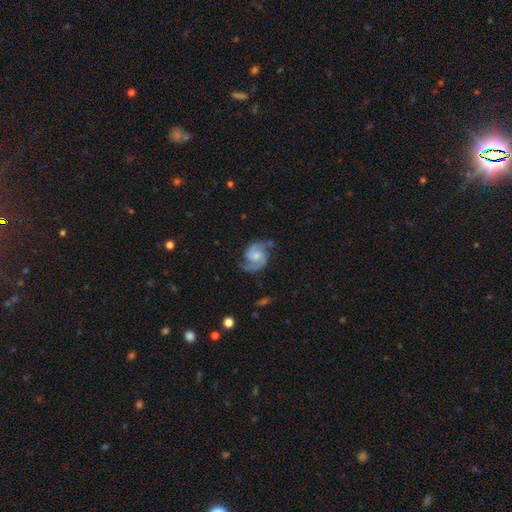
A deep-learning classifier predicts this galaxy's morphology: Smooth or featured?
  - featured or disk: 88% *
  - smooth: 7%
  - star or artifact: 5%
Edge-on disk?
  - no: 98% *
  - yes: 2%
Bar?
  - no: 54% *
  - weak: 38%
  - strong: 7%
Spiral arms?
  - yes: 98% *
  - no: 2%
Spiral winding?
  - medium: 55% *
  - tight: 29%
  - loose: 16%
Spiral arm count?
  - 2: 92% *
  - can't tell: 3%
  - 1: 2%
  - 3: 2%
  - 4: 1%
  - more than 4: 1%
Bulge size?
  - moderate: 43% *
  - small: 37%
  - none: 13%
  - large: 5%
  - dominant: 1%
Merging?
  - none: 74% *
  - minor disturbance: 18%
  - major disturbance: 6%
  - merger: 2%